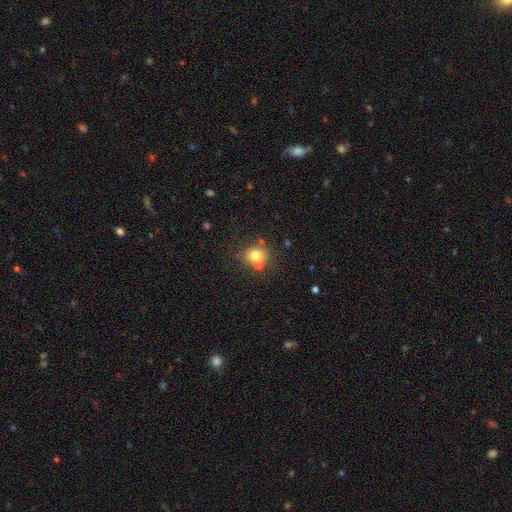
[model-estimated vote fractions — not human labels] Smooth or featured: smooth — 73% (featured or disk — 14%)
How rounded: round — 74% (in between — 25%)
Merging: none — 59% (merger — 26%)